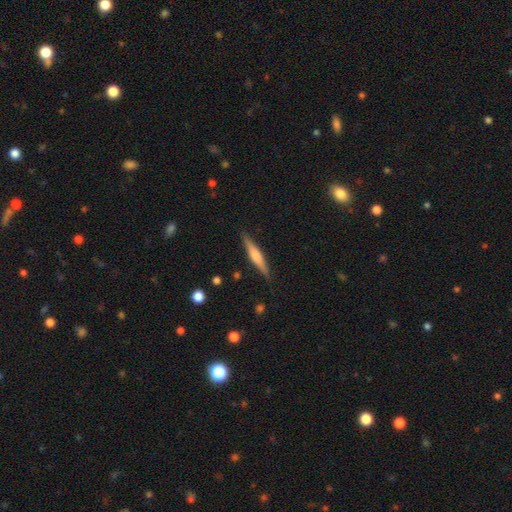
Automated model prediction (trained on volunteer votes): featured or disk 50%, smooth 44%, star or artifact 6%. Down the decision tree: edge-on disk — yes (96%); merging — none (88%).